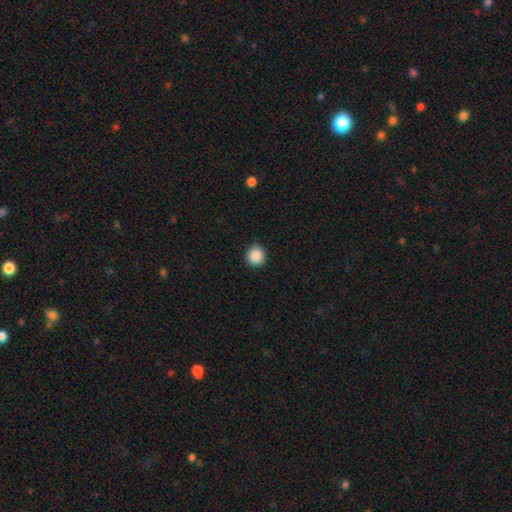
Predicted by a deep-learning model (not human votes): smooth 88%, star or artifact 9%, featured or disk 3%. Down the decision tree: how rounded — round (91%); merging — none (89%).